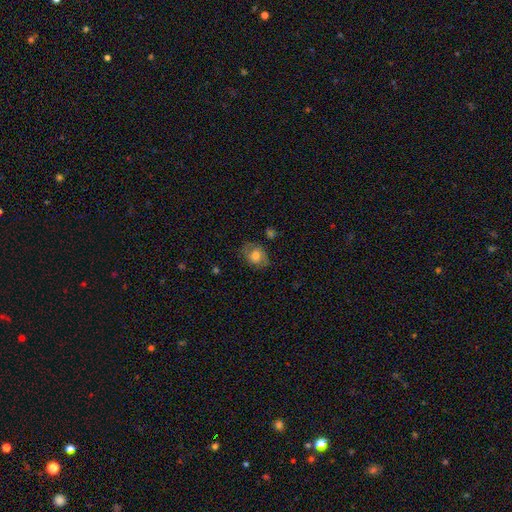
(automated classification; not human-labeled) Smooth or featured? smooth (69%)
How rounded? in between (63%)
Merging? none (71%)